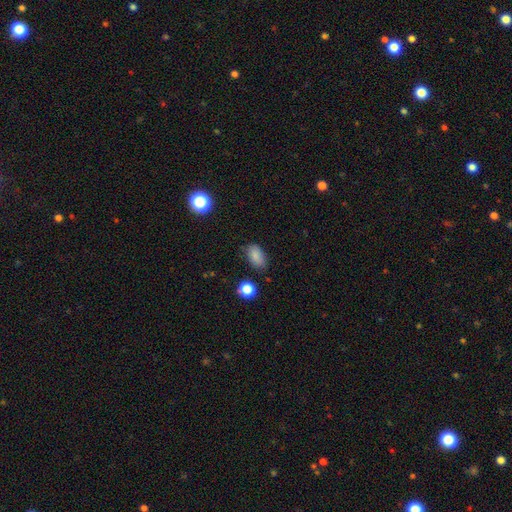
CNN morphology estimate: A smooth galaxy with no disk features (83%) that is in between round and cigar-shaped (87%).

Vote fractions:
- Smooth or featured? smooth: 83% / star or artifact: 11% / featured or disk: 6%
- How rounded? in between: 87% / round: 11% / cigar-shaped: 2%
- Merging? none: 74% / minor disturbance: 19% / major disturbance: 4% / merger: 2%